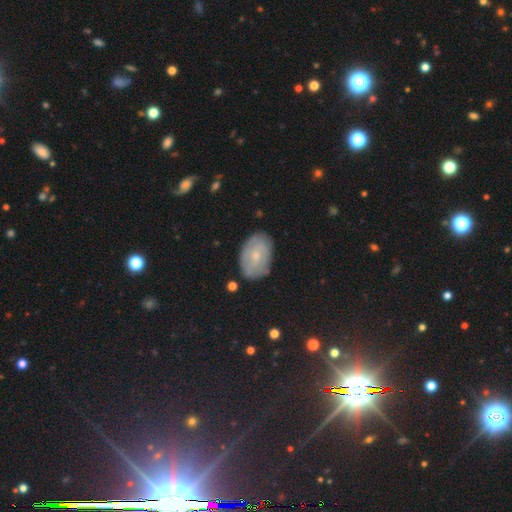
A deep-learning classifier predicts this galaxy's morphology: smooth-or-featured: smooth: 54% | featured or disk: 37% | star or artifact: 8%
  how-rounded: in between: 88% | round: 10% | cigar-shaped: 1%
  merging: none: 80% | minor disturbance: 15% | major disturbance: 3% | merger: 1%